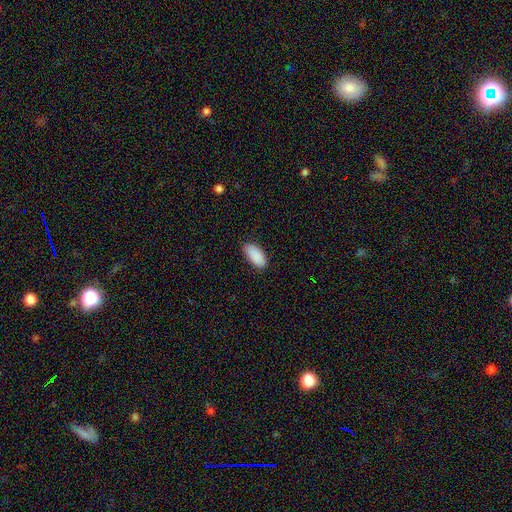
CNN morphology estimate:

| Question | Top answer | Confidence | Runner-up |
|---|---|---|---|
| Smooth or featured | smooth | 90% | star or artifact (6%) |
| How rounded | in between | 92% | cigar-shaped (7%) |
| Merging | none | 83% | minor disturbance (14%) |